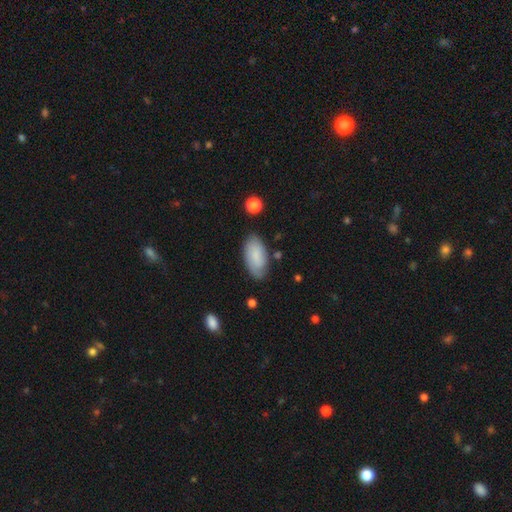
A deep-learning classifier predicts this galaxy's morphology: smooth-or-featured: smooth: 72% | featured or disk: 21% | star or artifact: 7%
  how-rounded: in between: 93% | cigar-shaped: 5% | round: 2%
  merging: none: 75% | minor disturbance: 18% | major disturbance: 4% | merger: 2%